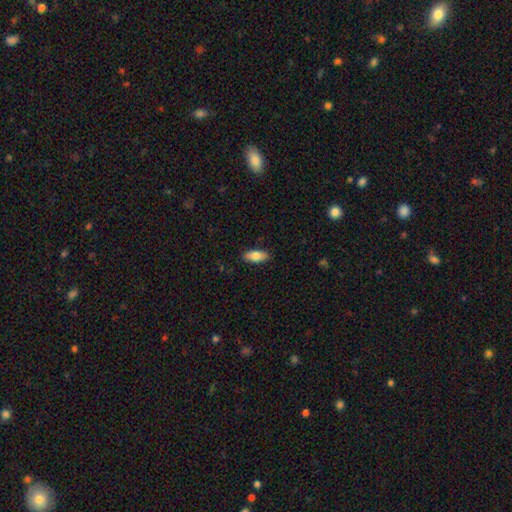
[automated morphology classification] Smooth or featured?
  - smooth: 80% *
  - featured or disk: 14%
  - star or artifact: 6%
How rounded?
  - in between: 81% *
  - cigar-shaped: 17%
  - round: 2%
Merging?
  - none: 88% *
  - minor disturbance: 9%
  - major disturbance: 2%
  - merger: 1%